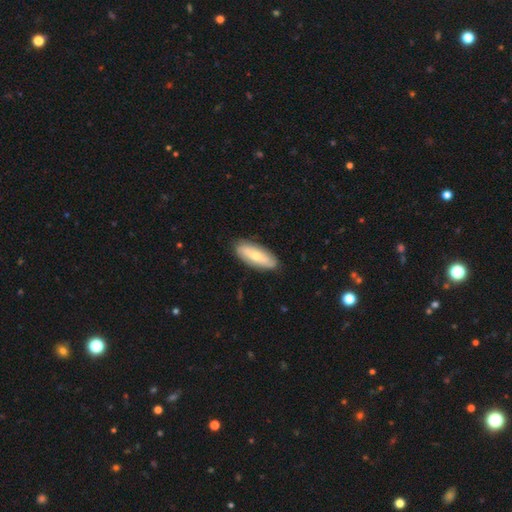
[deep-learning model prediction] smooth 57%, featured or disk 37%, star or artifact 5%. Down the decision tree: how rounded — in between (78%); merging — none (86%).